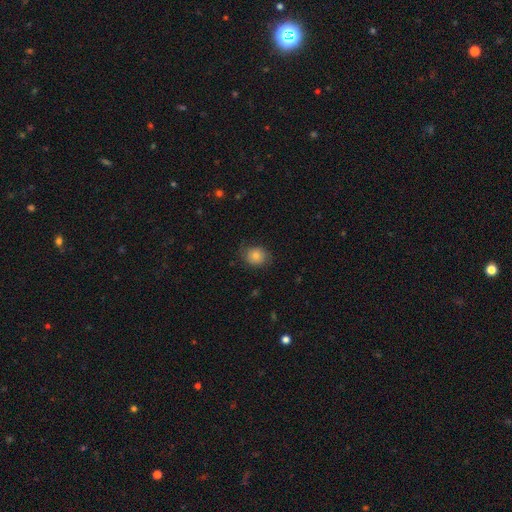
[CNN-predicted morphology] A smooth galaxy with no disk features (75%) that is round (69%).

Vote fractions:
- Smooth or featured? smooth: 75% / featured or disk: 16% / star or artifact: 9%
- How rounded? round: 69% / in between: 30% / cigar-shaped: 1%
- Merging? none: 74% / minor disturbance: 19% / major disturbance: 6% / merger: 1%